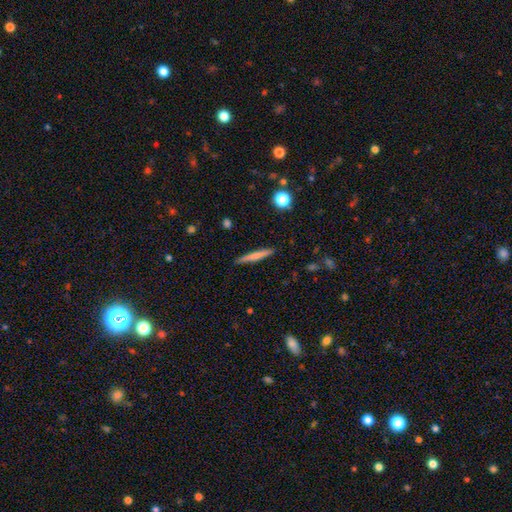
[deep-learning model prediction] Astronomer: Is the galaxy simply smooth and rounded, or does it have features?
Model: smooth — 67%.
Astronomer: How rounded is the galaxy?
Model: cigar-shaped — 94%.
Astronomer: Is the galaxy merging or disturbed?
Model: none — 89%.